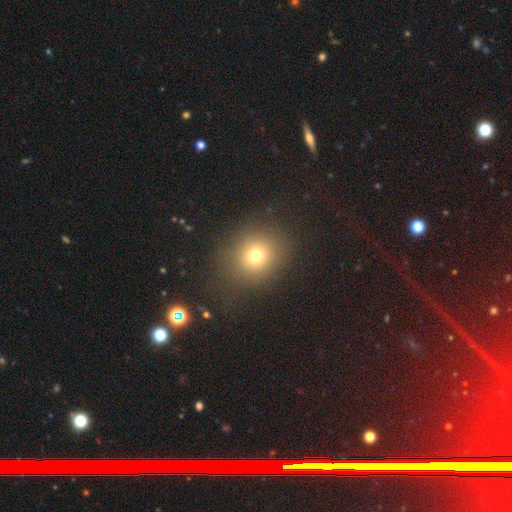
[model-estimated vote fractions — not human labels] smooth 72%, star or artifact 18%, featured or disk 10%. Down the decision tree: how rounded — round (79%); merging — none (80%).